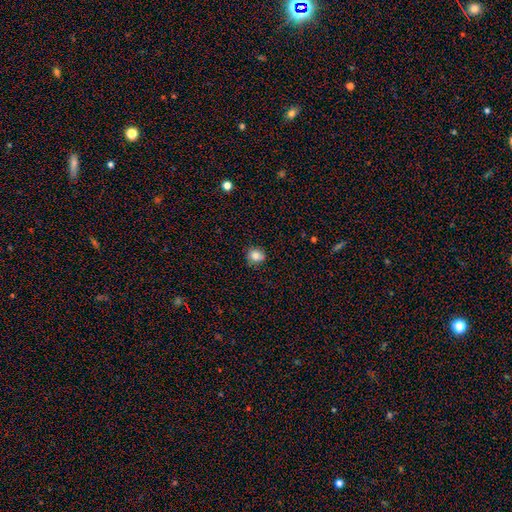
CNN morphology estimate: type=smooth (83%); roundness=round (81%); merging=none (78%).